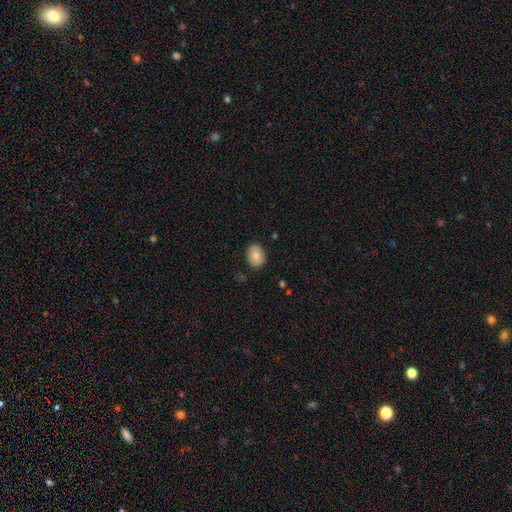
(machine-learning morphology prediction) A smooth galaxy with no disk features (77%) that is in between round and cigar-shaped (64%).

Vote fractions:
- Smooth or featured? smooth: 77% / featured or disk: 15% / star or artifact: 8%
- How rounded? in between: 64% / round: 35% / cigar-shaped: 1%
- Merging? none: 85% / minor disturbance: 12% / major disturbance: 2% / merger: 1%